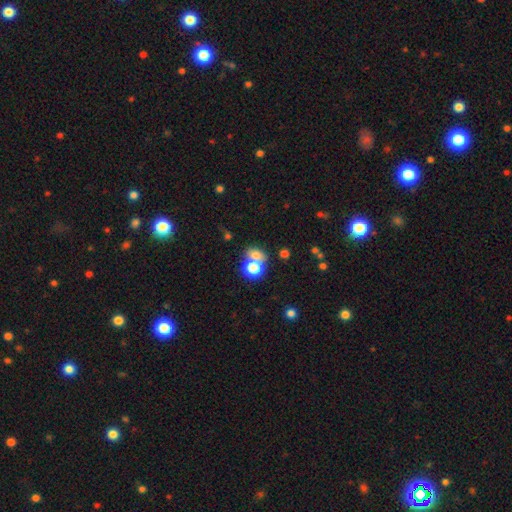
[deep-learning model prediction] Smooth or featured: smooth — 73% (star or artifact — 14%)
How rounded: round — 51% (in between — 47%)
Merging: merger — 52% (none — 35%)